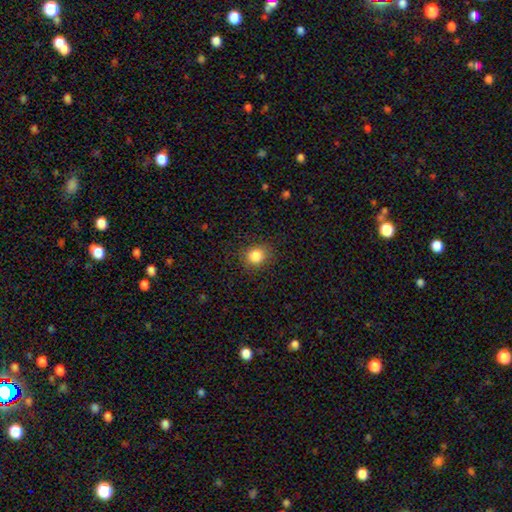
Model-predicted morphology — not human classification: Smooth or featured? smooth (85%)
How rounded? round (78%)
Merging? none (87%)